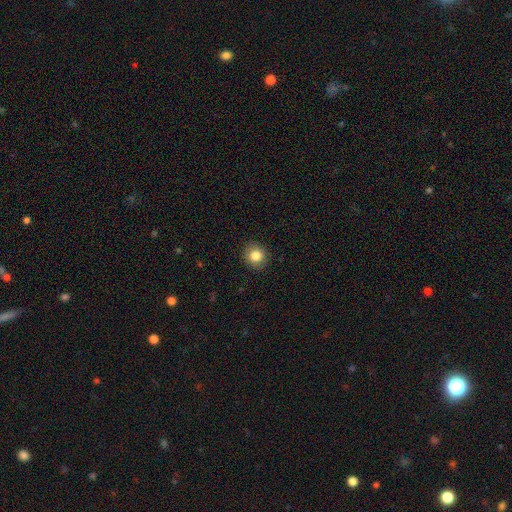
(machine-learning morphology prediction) The model was most divided on "smooth or featured": smooth: 83%, star or artifact: 10%, featured or disk: 7%. More confident: merging — none (91%); how rounded — round (88%).